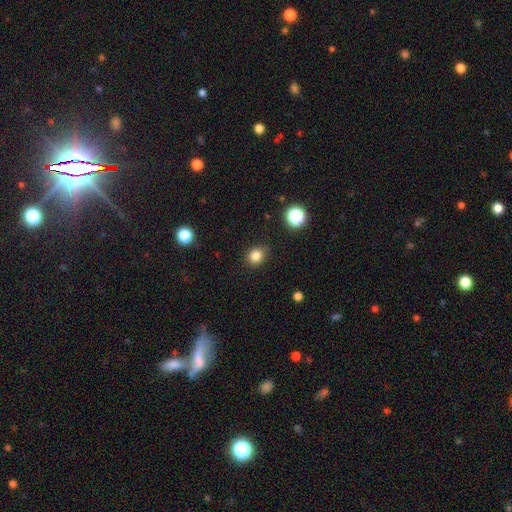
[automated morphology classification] smooth-or-featured: smooth: 82% | star or artifact: 13% | featured or disk: 5%
  how-rounded: round: 66% | in between: 33% | cigar-shaped: 1%
  merging: none: 84% | minor disturbance: 12% | major disturbance: 3% | merger: 1%